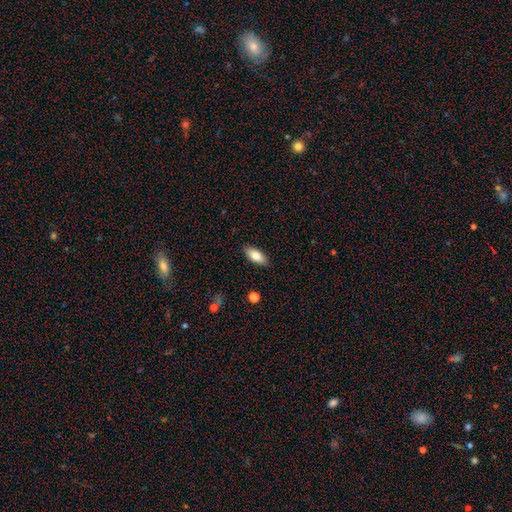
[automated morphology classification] The model was most divided on "smooth or featured": smooth: 79%, featured or disk: 14%, star or artifact: 7%. More confident: merging — none (88%); how rounded — in between (85%).